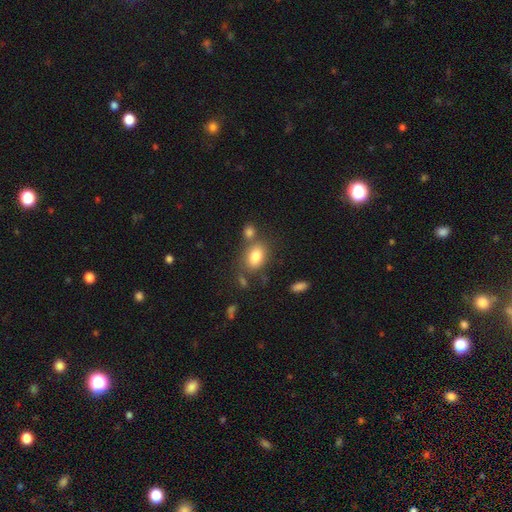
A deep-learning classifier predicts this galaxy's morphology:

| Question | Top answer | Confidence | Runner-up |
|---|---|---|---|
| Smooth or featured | smooth | 81% | featured or disk (10%) |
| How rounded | in between | 79% | round (20%) |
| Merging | none | 62% | merger (19%) |